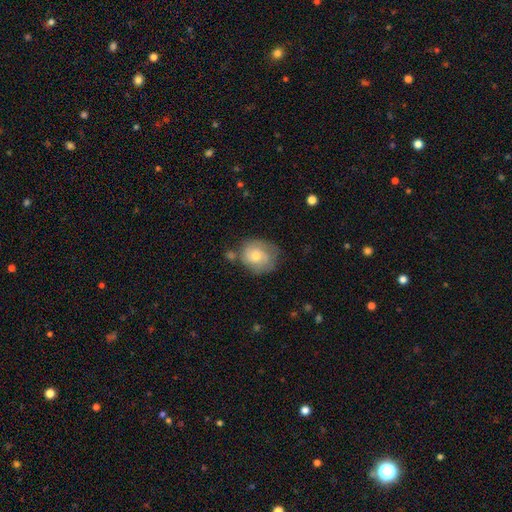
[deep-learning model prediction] Smooth or featured? smooth (47%)
Merging? none (58%)